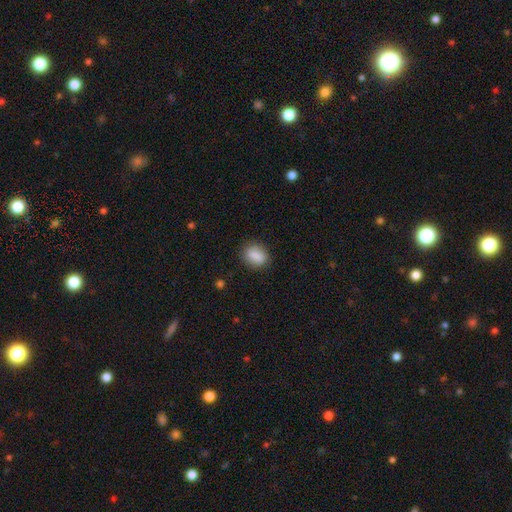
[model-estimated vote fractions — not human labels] Q: Smooth or featured?
A: smooth (87%); runner-up: star or artifact (7%)
Q: How rounded?
A: in between (59%); runner-up: round (40%)
Q: Merging?
A: none (84%); runner-up: minor disturbance (12%)